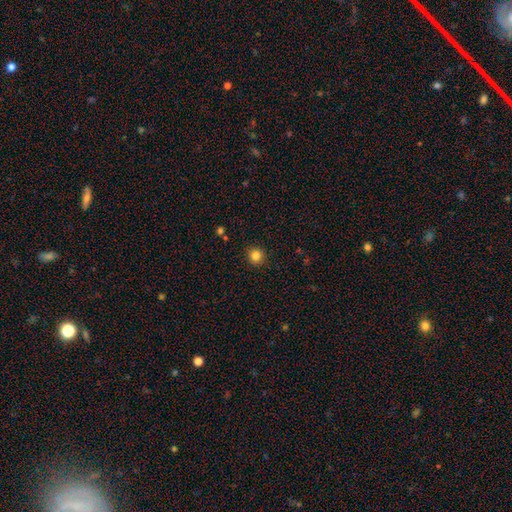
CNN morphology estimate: This appears to be a smooth galaxy with no disk features (84%) that is round (91%). Merging: none (91%).